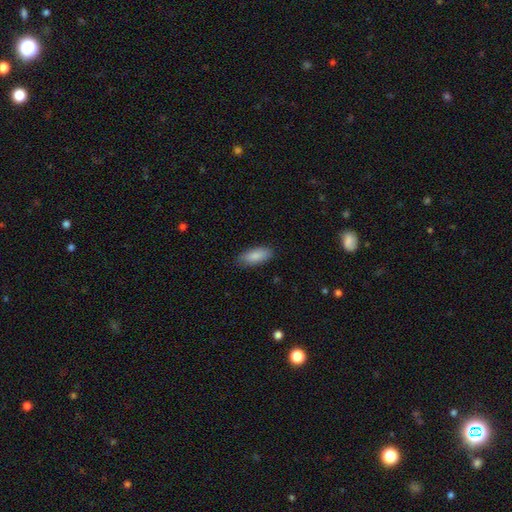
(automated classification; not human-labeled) Smooth or featured?
  - smooth: 88% *
  - featured or disk: 6%
  - star or artifact: 6%
How rounded?
  - in between: 80% *
  - cigar-shaped: 18%
  - round: 2%
Merging?
  - none: 86% *
  - minor disturbance: 11%
  - major disturbance: 2%
  - merger: 1%